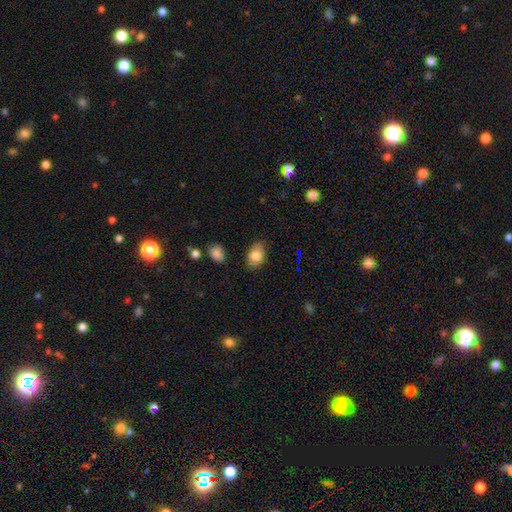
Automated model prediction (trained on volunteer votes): Q: Smooth or featured?
A: smooth (83%); runner-up: featured or disk (9%)
Q: How rounded?
A: in between (81%); runner-up: round (18%)
Q: Merging?
A: none (79%); runner-up: minor disturbance (16%)